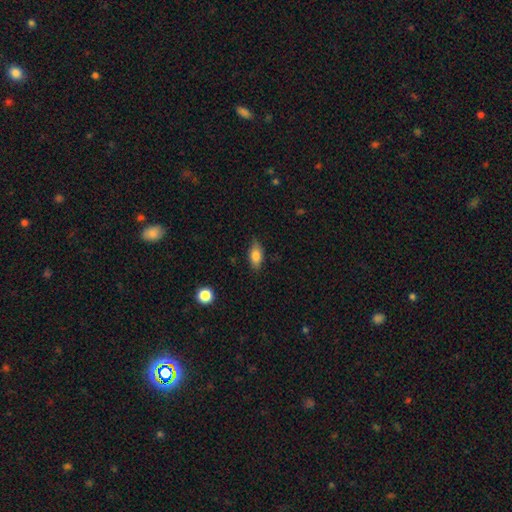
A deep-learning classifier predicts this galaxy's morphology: Smooth or featured: smooth — 80% (featured or disk — 12%)
How rounded: in between — 85% (cigar-shaped — 10%)
Merging: none — 81% (minor disturbance — 15%)